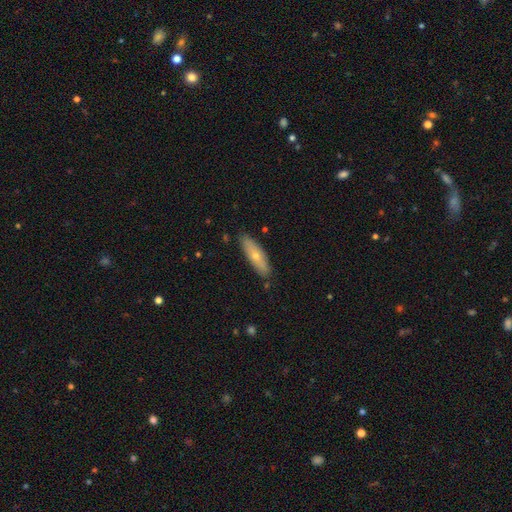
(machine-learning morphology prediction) The model was most divided on "how rounded": cigar-shaped: 58%, in between: 39%, round: 2%. More confident: merging — none (86%); smooth or featured — smooth (59%).